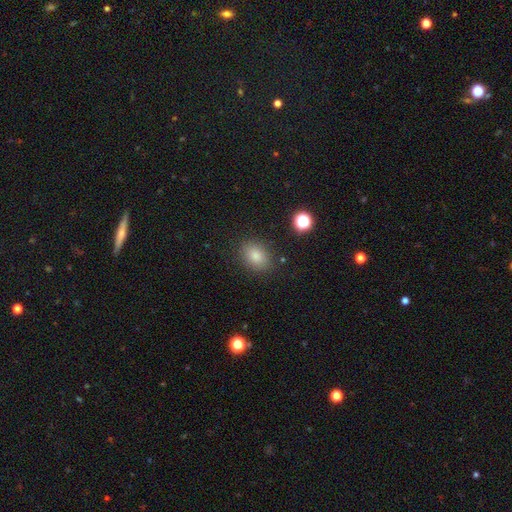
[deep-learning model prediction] Smooth or featured? Predicted: smooth (p=0.82). How rounded? Predicted: in between (p=0.70). Merging? Predicted: none (p=0.84).